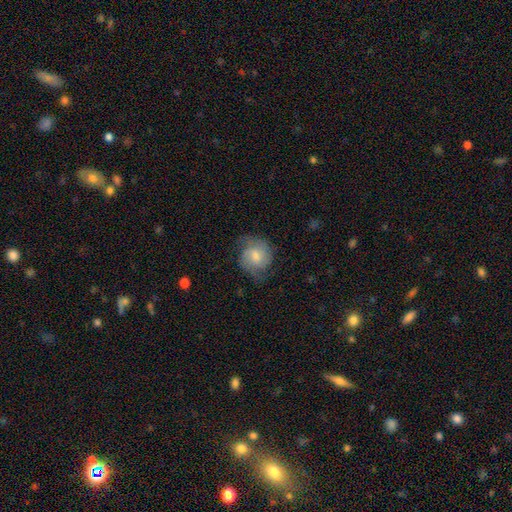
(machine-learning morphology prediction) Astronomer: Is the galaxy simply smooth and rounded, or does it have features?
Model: featured or disk — 51% (runner-up: smooth, 42%).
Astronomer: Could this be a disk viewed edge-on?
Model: no — 97%.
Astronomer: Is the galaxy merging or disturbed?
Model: none — 64%.